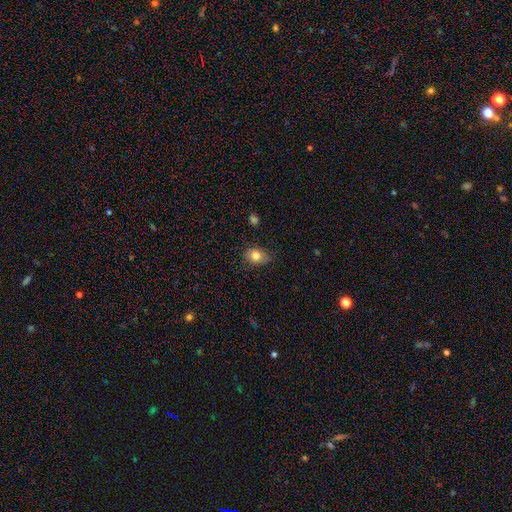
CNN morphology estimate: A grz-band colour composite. It shows a smooth galaxy with no disk features (82%) that is in between round and cigar-shaped (53%). Merging: none (70%).